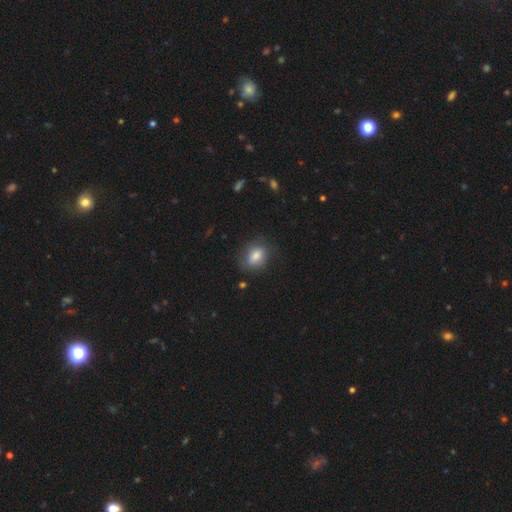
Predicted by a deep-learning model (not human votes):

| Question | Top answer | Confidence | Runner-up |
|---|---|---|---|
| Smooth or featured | smooth | 80% | featured or disk (12%) |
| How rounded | in between | 77% | round (20%) |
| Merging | none | 74% | minor disturbance (19%) |